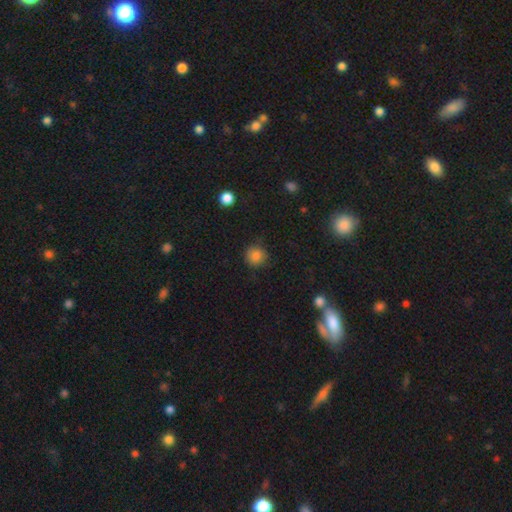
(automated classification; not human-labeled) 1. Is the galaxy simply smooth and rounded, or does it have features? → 84% smooth, 11% star or artifact, 5% featured or disk.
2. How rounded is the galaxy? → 92% round, 7% in between, 1% cigar-shaped.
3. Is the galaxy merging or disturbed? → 83% none, 13% minor disturbance, 3% major disturbance, 1% merger.